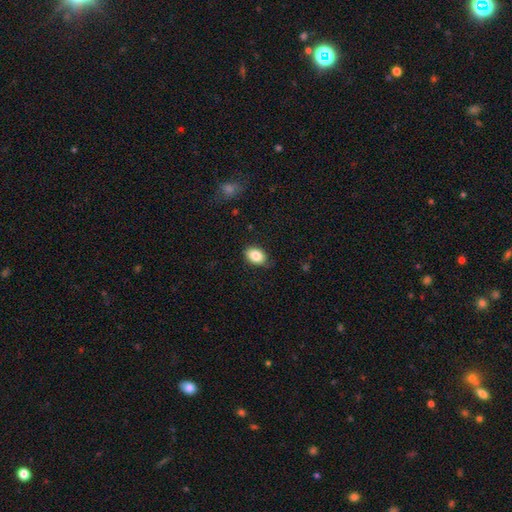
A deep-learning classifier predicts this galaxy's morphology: Overall: smooth (85%). How rounded: in between (83%). Merging: none (82%).